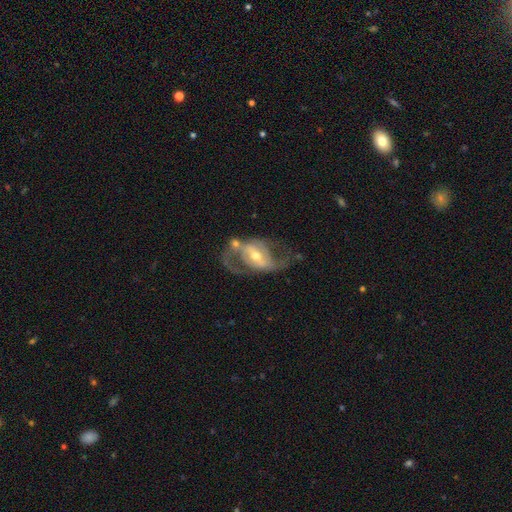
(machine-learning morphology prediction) The model was most divided on "bar": weak: 40%, strong: 38%, no: 22%. Remaining: edge-on disk — no (96%); spiral arms — yes (85%); spiral arm count — 2 (85%); smooth or featured — featured or disk (84%); bulge size — moderate (56%); merging — none (51%); spiral winding — medium (48%).